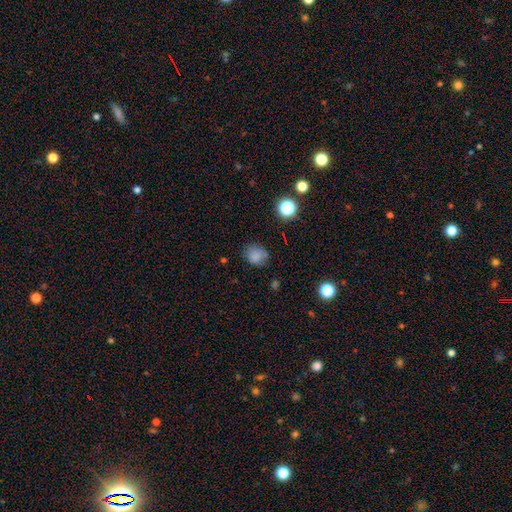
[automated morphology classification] Smooth or featured? Predicted: smooth (p=0.80). How rounded? Predicted: round (p=0.67). Merging? Predicted: none (p=0.69).